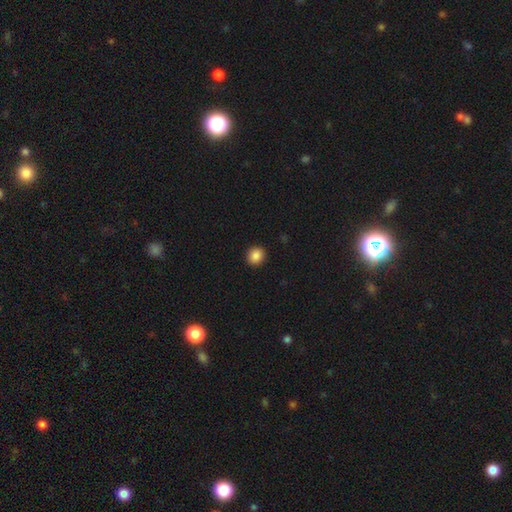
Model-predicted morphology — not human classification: A smooth galaxy with no disk features (87%) that is round (87%). Merging: none (93%).